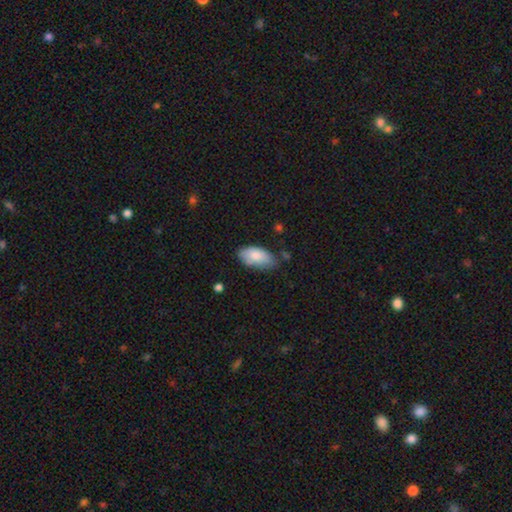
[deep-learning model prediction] smooth_or_featured: smooth (p=0.83) [alt: featured or disk p=0.11]
how_rounded: in between (p=0.94) [alt: cigar-shaped p=0.04]
merging: none (p=0.63) [alt: minor disturbance p=0.28]